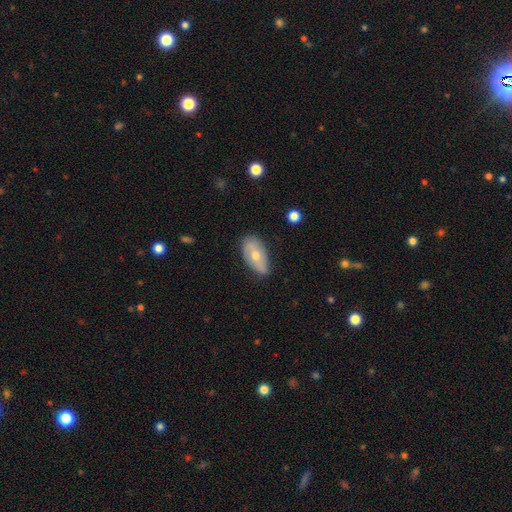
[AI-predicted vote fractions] Smooth or featured? Predicted: smooth (p=0.55). How rounded? Predicted: in between (p=0.91). Merging? Predicted: none (p=0.63).